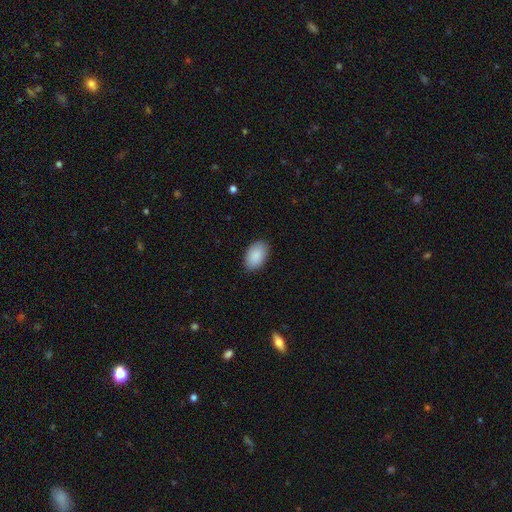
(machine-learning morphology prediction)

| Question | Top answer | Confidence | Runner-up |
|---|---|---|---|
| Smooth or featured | smooth | 90% | star or artifact (6%) |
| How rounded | in between | 93% | round (6%) |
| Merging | none | 87% | minor disturbance (10%) |